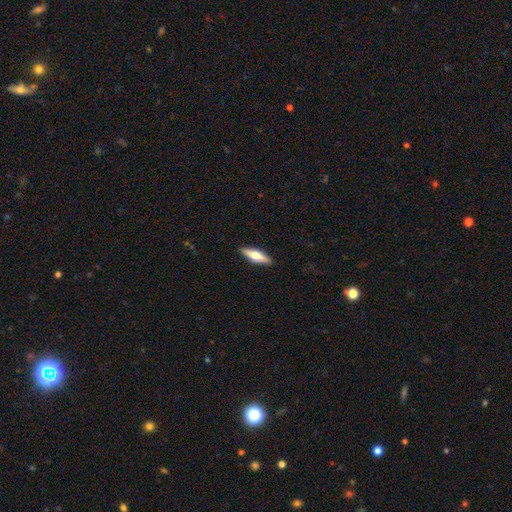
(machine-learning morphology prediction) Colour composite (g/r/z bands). It shows a smooth galaxy with no disk features (49%). Merging: none (90%).